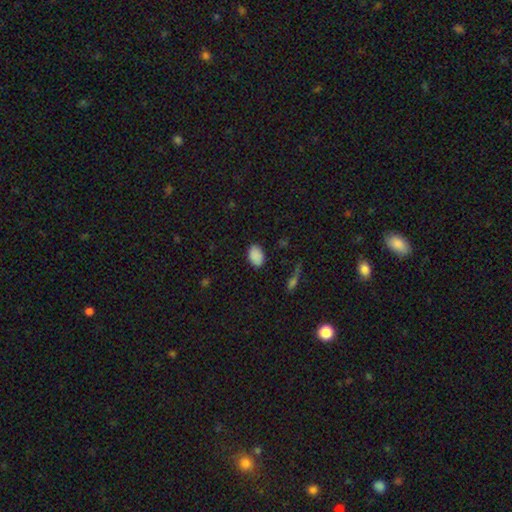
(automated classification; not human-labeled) smooth 88%, star or artifact 9%, featured or disk 4%. Down the decision tree: how rounded — in between (85%); merging — none (85%).